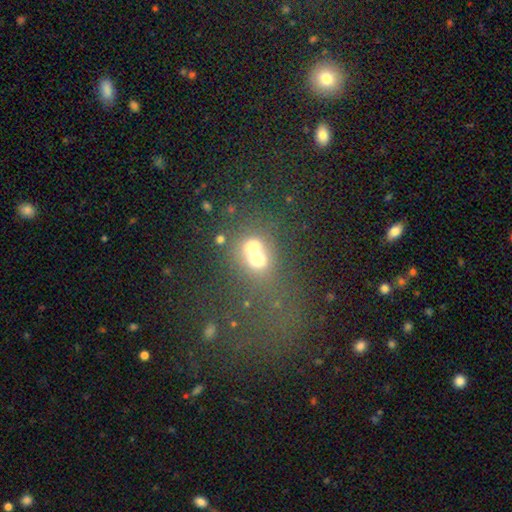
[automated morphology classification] This is possibly a smooth galaxy (53%). How rounded: possibly in between (55%). Merging: possibly merger (55%).